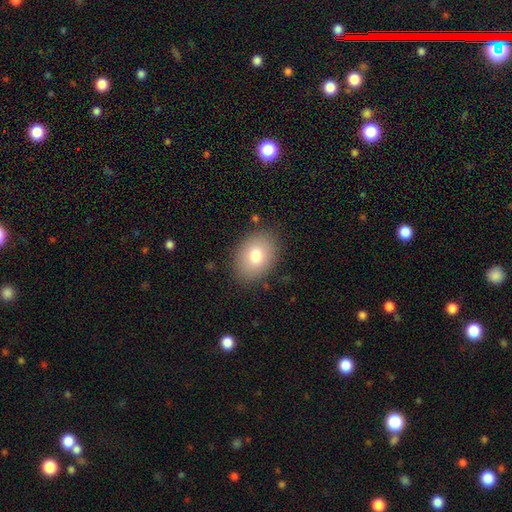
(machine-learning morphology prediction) type=smooth (77%); roundness=in between (72%); merging=none (85%).